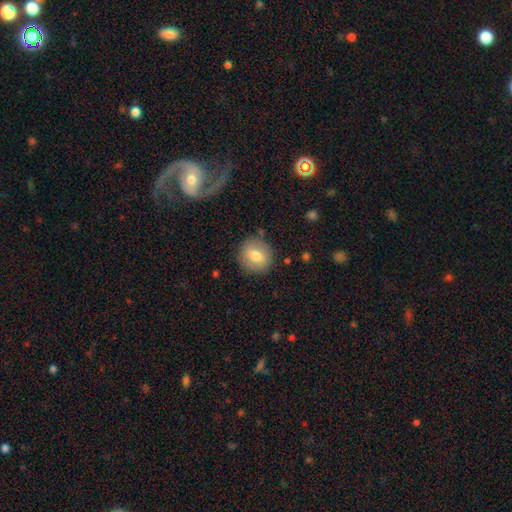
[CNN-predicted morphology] smooth-or-featured: smooth: 70% | featured or disk: 22% | star or artifact: 8%
  how-rounded: round: 85% | in between: 14% | cigar-shaped: 1%
  merging: none: 86% | minor disturbance: 10% | major disturbance: 3% | merger: 2%